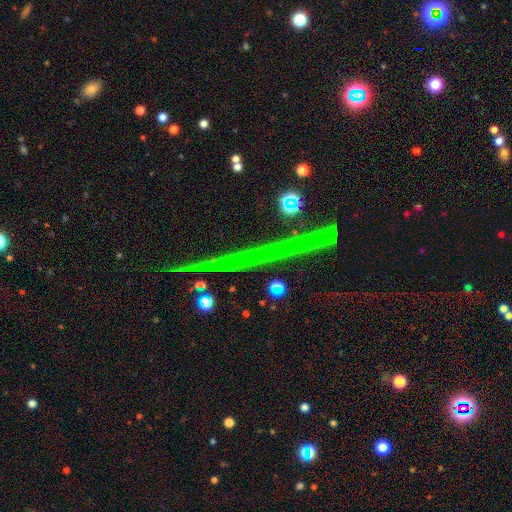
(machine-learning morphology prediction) A star or artifact, not a galaxy (73%).